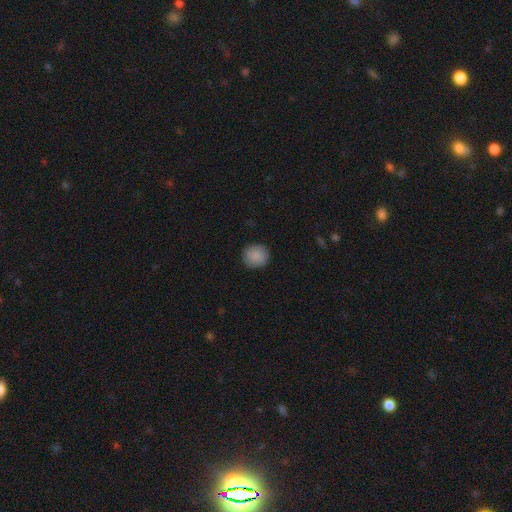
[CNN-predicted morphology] smooth-or-featured: smooth: 89% | star or artifact: 7% | featured or disk: 4%
  how-rounded: round: 90% | in between: 9% | cigar-shaped: 1%
  merging: none: 89% | minor disturbance: 8% | major disturbance: 2% | merger: 1%